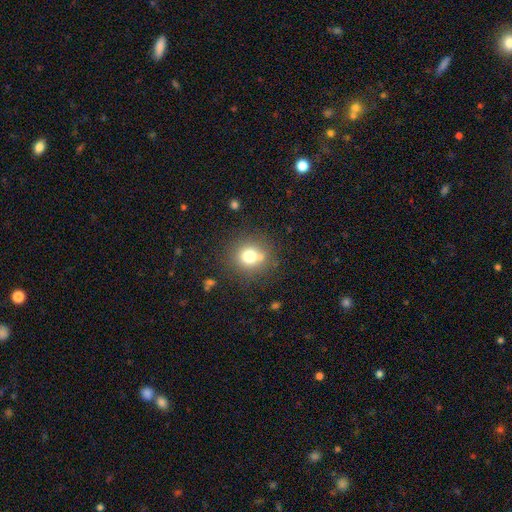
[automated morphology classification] Q: Smooth or featured?
A: smooth (72%); runner-up: star or artifact (16%)
Q: How rounded?
A: round (82%); runner-up: in between (16%)
Q: Merging?
A: none (76%); runner-up: minor disturbance (12%)